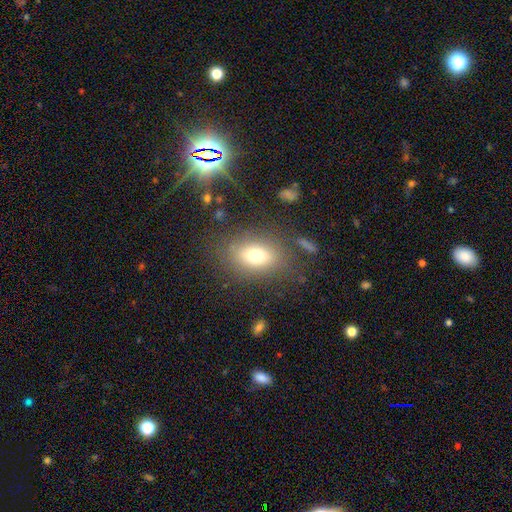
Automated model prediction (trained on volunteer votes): This appears to be a smooth galaxy with no disk features (73%) that is in between round and cigar-shaped (74%). Merging: none (76%).